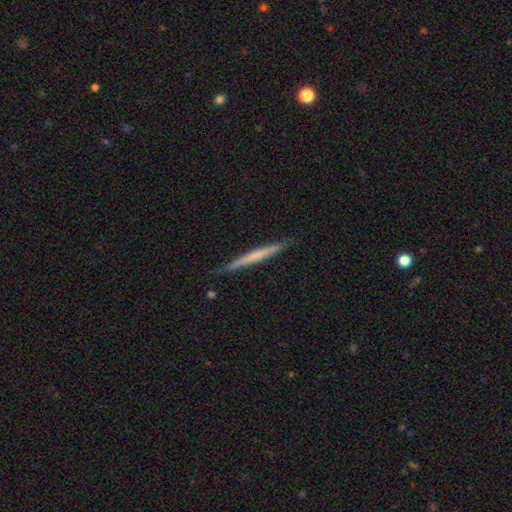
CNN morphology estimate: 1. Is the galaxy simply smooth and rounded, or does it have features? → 52% featured or disk, 42% smooth, 5% star or artifact.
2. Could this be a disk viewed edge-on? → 98% yes, 2% no.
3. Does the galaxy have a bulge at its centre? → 77% none, 15% rounded, 7% boxy.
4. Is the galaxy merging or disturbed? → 90% none, 7% minor disturbance, 1% major disturbance, 1% merger.